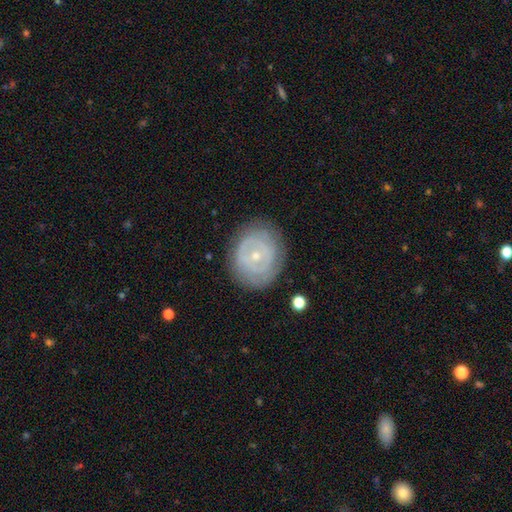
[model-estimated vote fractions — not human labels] Morphology: type=featured or disk (68%); edge-on=no (97%); bar=no (76%); spiral arms=yes (55%); bulge=small (69%); merging=none (78%).